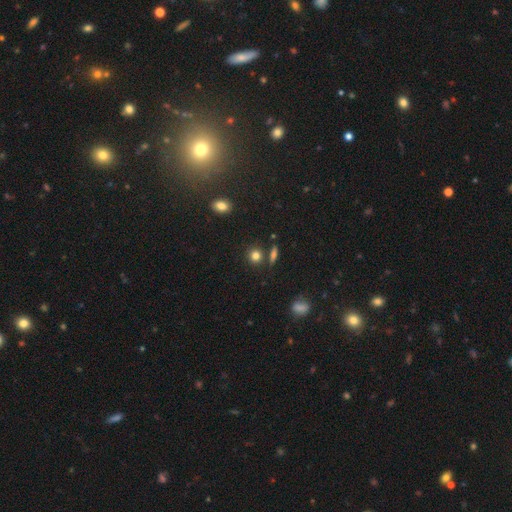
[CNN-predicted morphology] A smooth galaxy with no disk features (80%) that is round (85%). Merging: none (80%).